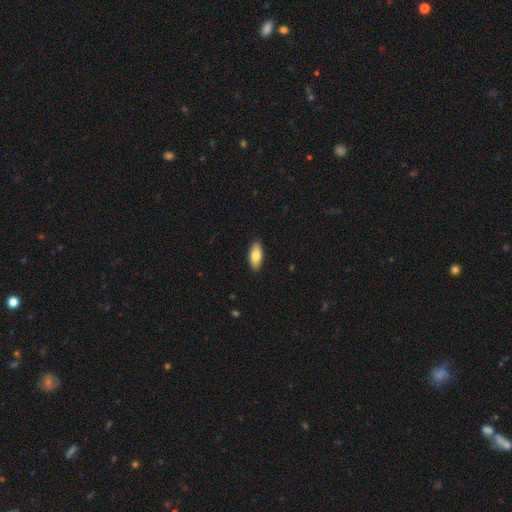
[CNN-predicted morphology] smooth_or_featured: smooth (p=0.79) [alt: featured or disk p=0.16]
how_rounded: in between (p=0.85) [alt: cigar-shaped p=0.13]
merging: none (p=0.90) [alt: minor disturbance p=0.08]